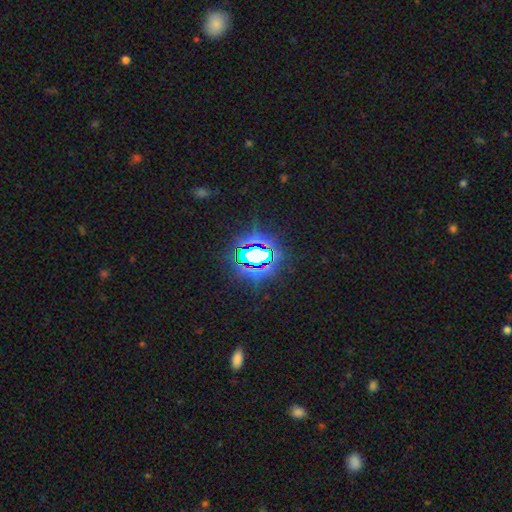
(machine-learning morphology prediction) smooth-or-featured: star or artifact: 75% | smooth: 15% | featured or disk: 10%